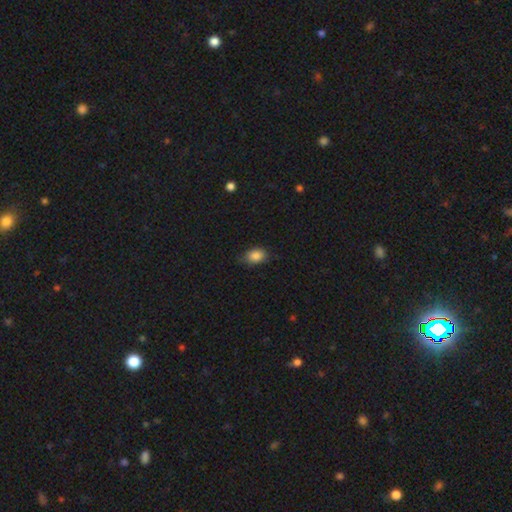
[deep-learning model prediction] Q: Smooth or featured?
A: smooth (86%); runner-up: star or artifact (9%)
Q: How rounded?
A: in between (80%); runner-up: round (18%)
Q: Merging?
A: none (72%); runner-up: minor disturbance (23%)